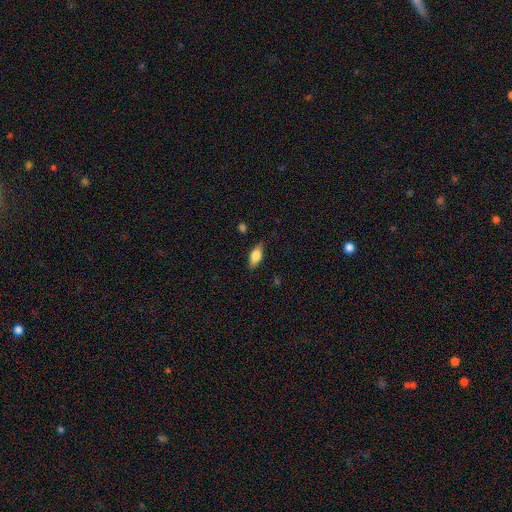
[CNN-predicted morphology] The model was most divided on "smooth or featured": smooth: 66%, featured or disk: 27%, star or artifact: 7%. More confident: how rounded — in between (81%); merging — none (80%).